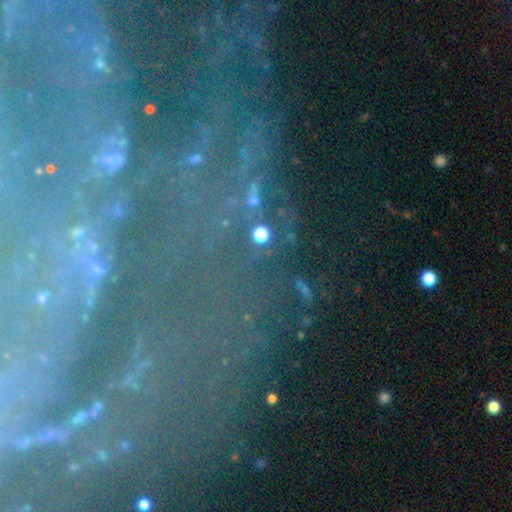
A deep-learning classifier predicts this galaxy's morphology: Smooth or featured: featured or disk — 49% (star or artifact — 37%)
Merging: none — 70% (minor disturbance — 14%)